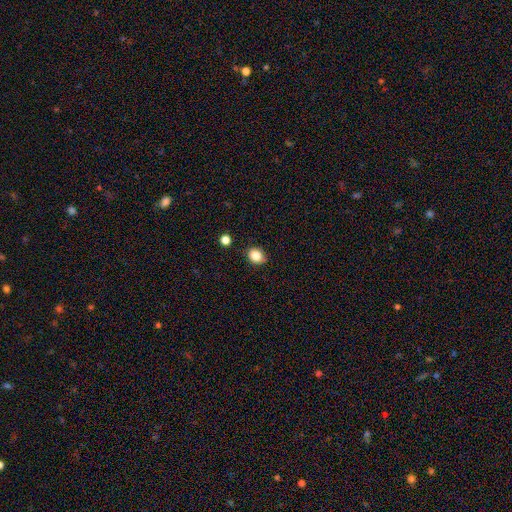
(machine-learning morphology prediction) This is clearly a smooth galaxy (84%). How rounded: possibly round (58%). Merging: clearly none (84%).